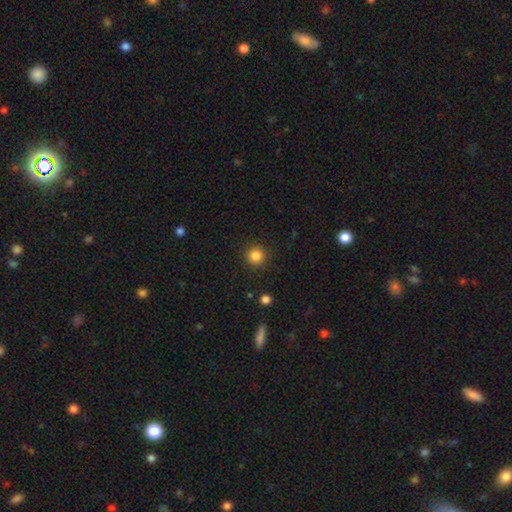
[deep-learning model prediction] Smooth or featured?
  - smooth: 85% *
  - star or artifact: 12%
  - featured or disk: 4%
How rounded?
  - round: 94% *
  - in between: 5%
  - cigar-shaped: 1%
Merging?
  - none: 91% *
  - minor disturbance: 6%
  - major disturbance: 2%
  - merger: 1%